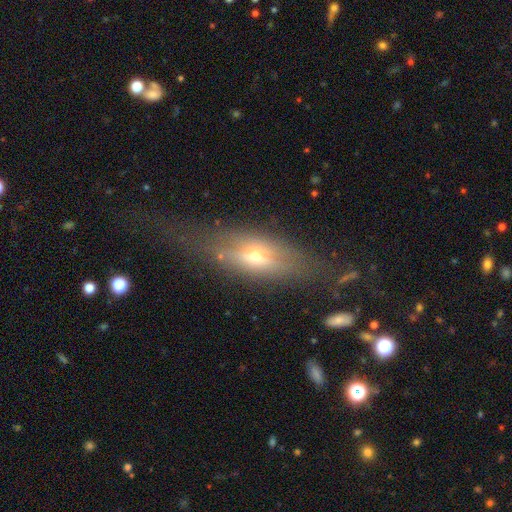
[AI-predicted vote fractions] Smooth or featured?
  - featured or disk: 48% *
  - smooth: 40%
  - star or artifact: 12%
Merging?
  - none: 62% *
  - minor disturbance: 20%
  - major disturbance: 14%
  - merger: 4%